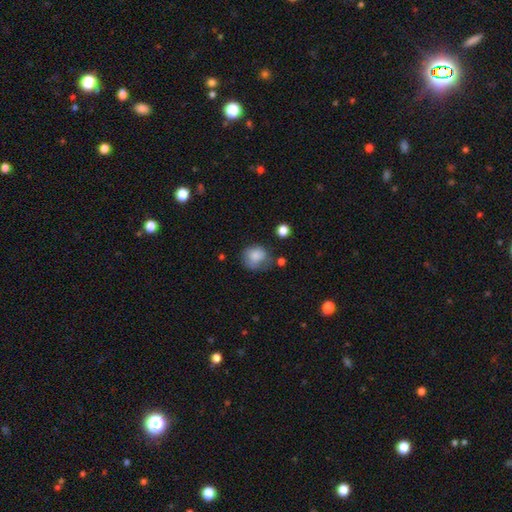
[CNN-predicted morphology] A smooth galaxy with no disk features (80%) that is round (69%). Merging: none (47%).